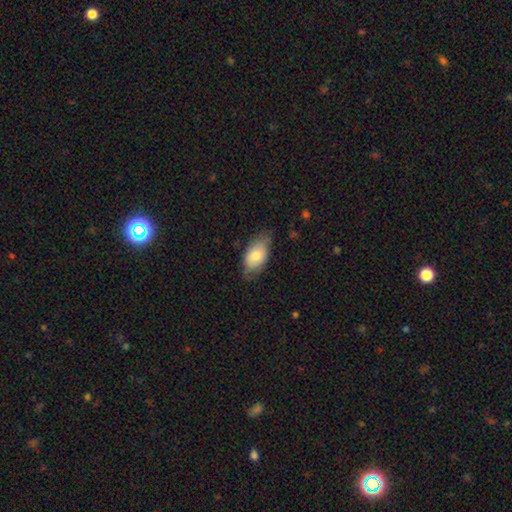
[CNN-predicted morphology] Smooth or featured? Predicted: smooth (p=0.77). How rounded? Predicted: in between (p=0.92). Merging? Predicted: none (p=0.64).